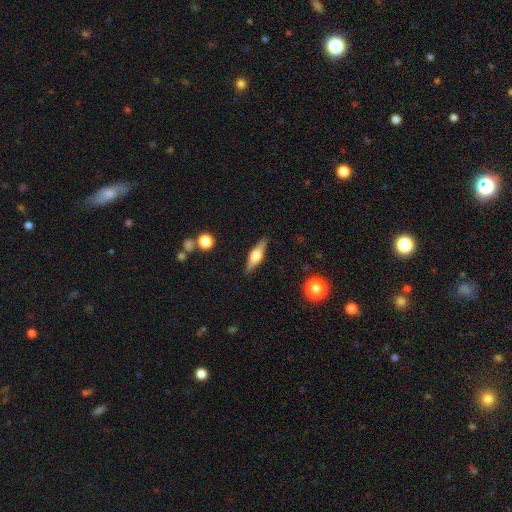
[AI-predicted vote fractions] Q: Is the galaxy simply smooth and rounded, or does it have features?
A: featured or disk — 61%.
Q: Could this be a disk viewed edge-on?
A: yes — 95%.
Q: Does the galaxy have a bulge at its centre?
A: rounded — 90%.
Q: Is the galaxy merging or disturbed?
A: none — 88%.